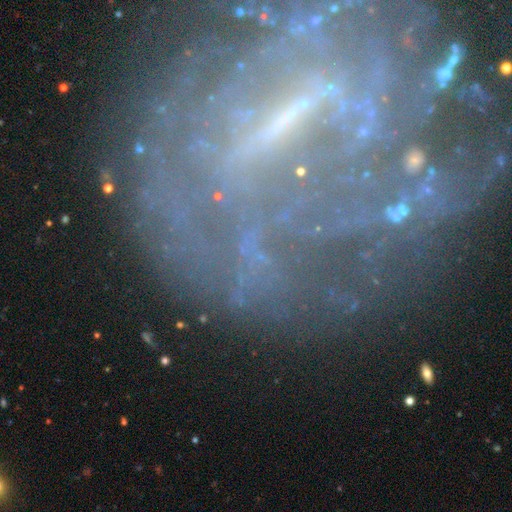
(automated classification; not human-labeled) A featured or disk galaxy (73%) with a strong bar (51%), spiral arms (59%) and no central bulge (40%). Merging: none (58%).